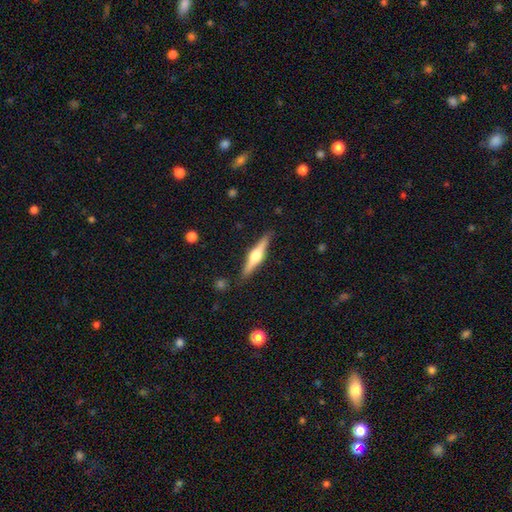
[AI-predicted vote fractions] smooth_or_featured: featured or disk (p=0.70) [alt: smooth p=0.25]
disk_edge_on: yes (p=0.98) [alt: no p=0.02]
edge_on_bulge: rounded (p=0.93) [alt: boxy p=0.05]
merging: none (p=0.89) [alt: minor disturbance p=0.08]